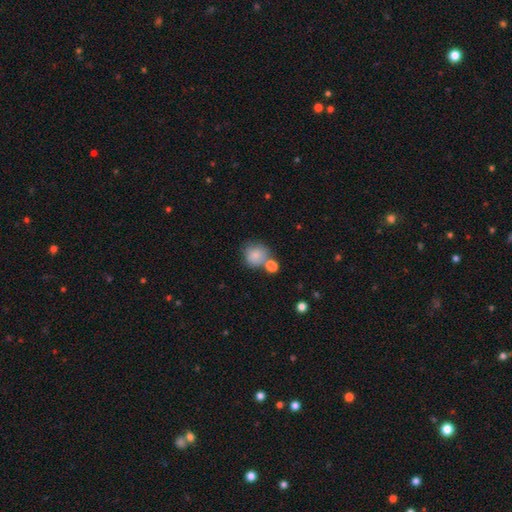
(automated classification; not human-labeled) Overall: smooth (80%). How rounded: round (81%). Merging: none (49%; merger 28%).